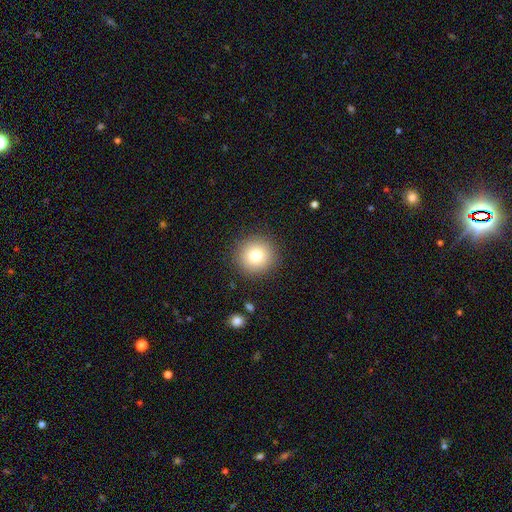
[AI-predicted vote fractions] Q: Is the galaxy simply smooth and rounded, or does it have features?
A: smooth — 79%.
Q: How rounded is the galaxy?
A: round — 95%.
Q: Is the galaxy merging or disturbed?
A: none — 90%.